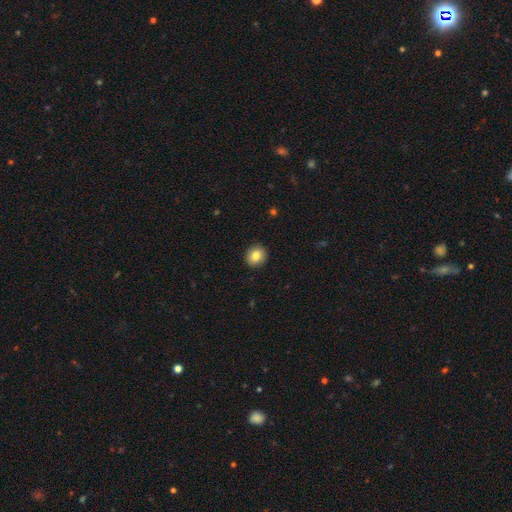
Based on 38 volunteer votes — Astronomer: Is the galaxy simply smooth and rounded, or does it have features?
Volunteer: smooth — 82%.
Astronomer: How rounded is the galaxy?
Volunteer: round — 81%.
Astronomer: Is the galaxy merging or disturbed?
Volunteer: none — 80%.